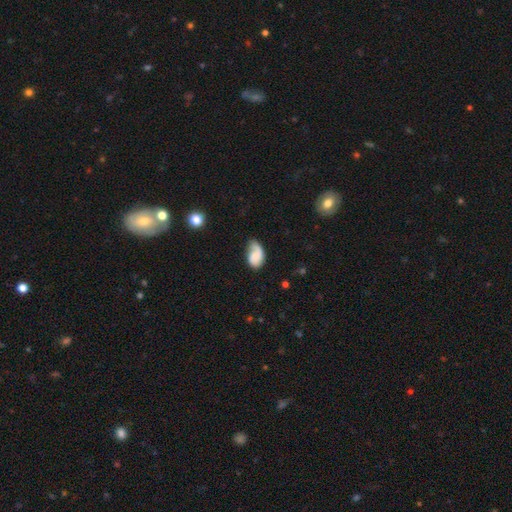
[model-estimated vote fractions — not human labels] A smooth galaxy with no disk features (60%) that is in between round and cigar-shaped (89%).

Vote fractions:
- Smooth or featured? smooth: 60% / featured or disk: 32% / star or artifact: 8%
- How rounded? in between: 89% / round: 9% / cigar-shaped: 1%
- Merging? minor disturbance: 37% (tied) / none: 37% (tied) / major disturbance: 23% / merger: 4%